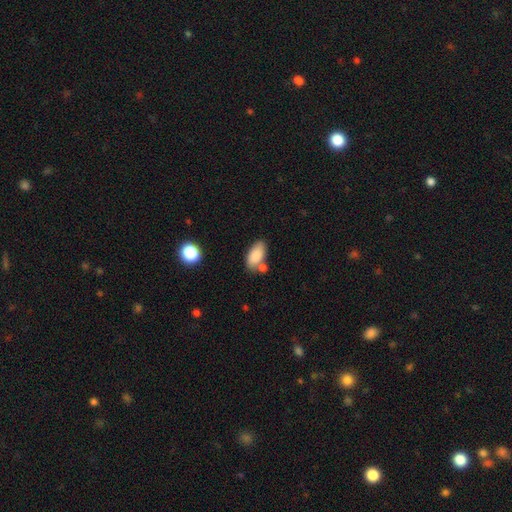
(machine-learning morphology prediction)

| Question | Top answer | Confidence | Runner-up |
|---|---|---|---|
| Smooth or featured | smooth | 86% | star or artifact (7%) |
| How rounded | in between | 93% | cigar-shaped (4%) |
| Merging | none | 62% | merger (18%) |